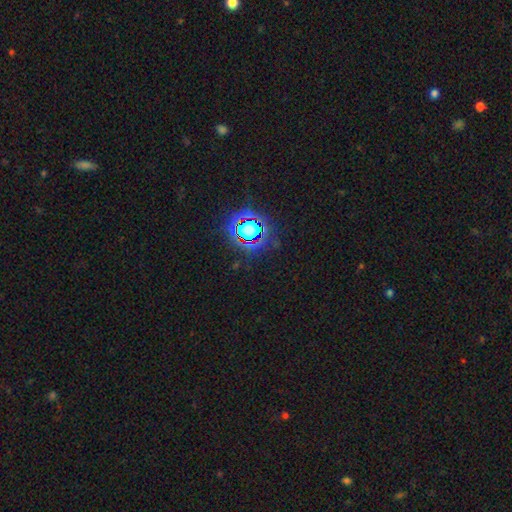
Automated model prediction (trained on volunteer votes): This appears to be a star or artifact, not a galaxy (79%).